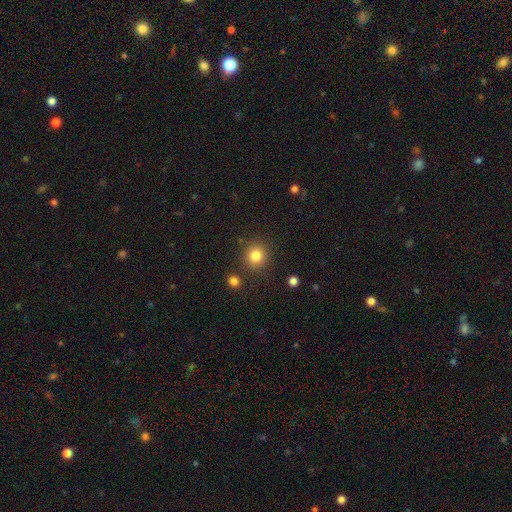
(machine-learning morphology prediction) This is clearly a smooth galaxy (83%). How rounded: clearly round (90%). Merging: clearly none (86%).